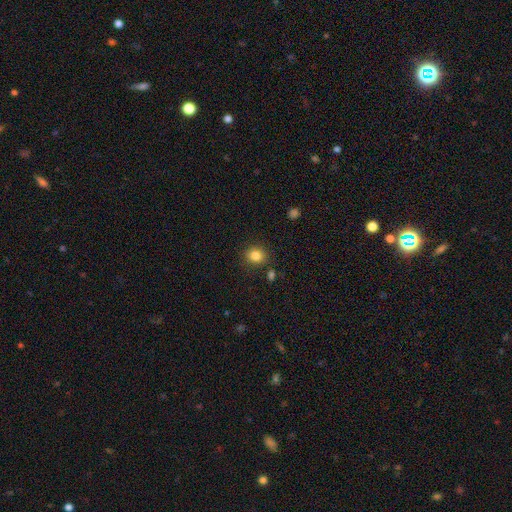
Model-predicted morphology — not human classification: A smooth galaxy with no disk features (84%) that is round (70%). Merging: none (85%).